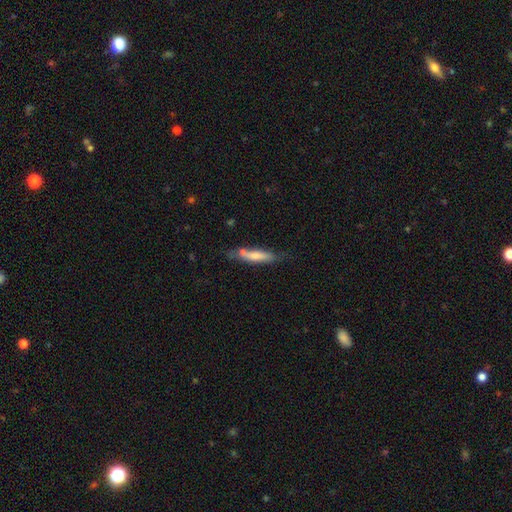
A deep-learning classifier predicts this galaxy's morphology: Smooth or featured?
  - smooth: 66% *
  - featured or disk: 28%
  - star or artifact: 6%
How rounded?
  - cigar-shaped: 81% *
  - in between: 17%
  - round: 2%
Merging?
  - none: 59% *
  - minor disturbance: 23%
  - merger: 12%
  - major disturbance: 6%